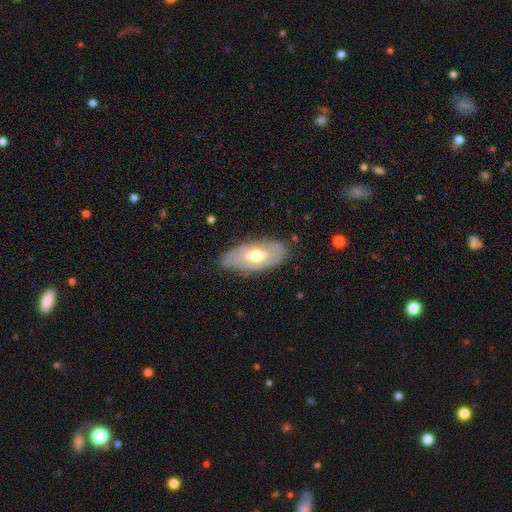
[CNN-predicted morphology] Smooth or featured: featured or disk — 60% (smooth — 34%)
Edge-on disk: no — 86% (yes — 14%)
Bar: no — 52% (weak — 36%)
Spiral arms: no — 52% (yes — 48%)
Bulge size: moderate — 70% (small — 18%)
Merging: none — 75% (minor disturbance — 18%)